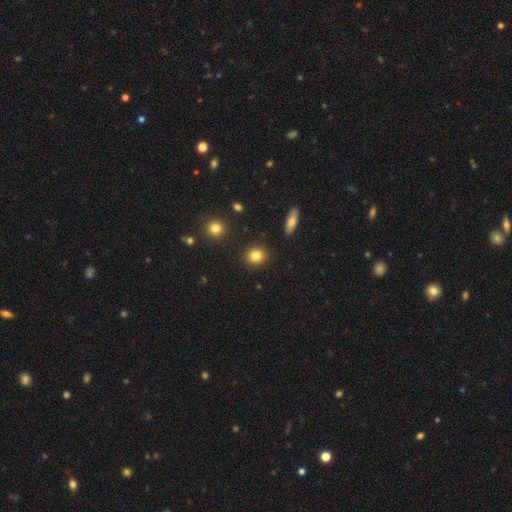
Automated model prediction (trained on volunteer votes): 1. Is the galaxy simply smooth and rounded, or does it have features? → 84% smooth, 10% star or artifact, 6% featured or disk.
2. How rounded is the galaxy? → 82% round, 16% in between, 1% cigar-shaped.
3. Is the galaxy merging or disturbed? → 90% none, 6% minor disturbance, 2% major disturbance, 2% merger.